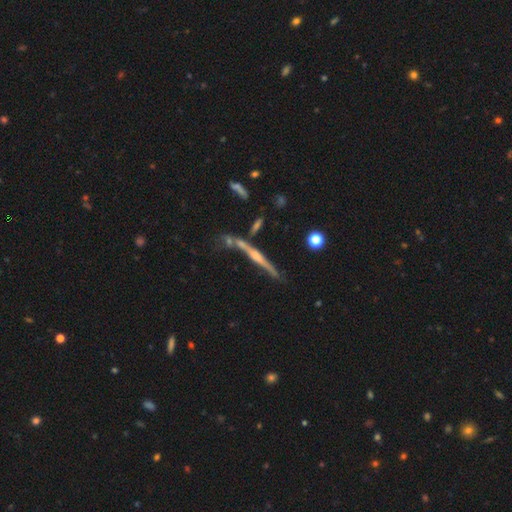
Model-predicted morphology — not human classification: Smooth or featured? featured or disk (77%)
Edge-on disk? yes (97%)
Edge-on bulge? rounded (74%)
Merging? none (69%)